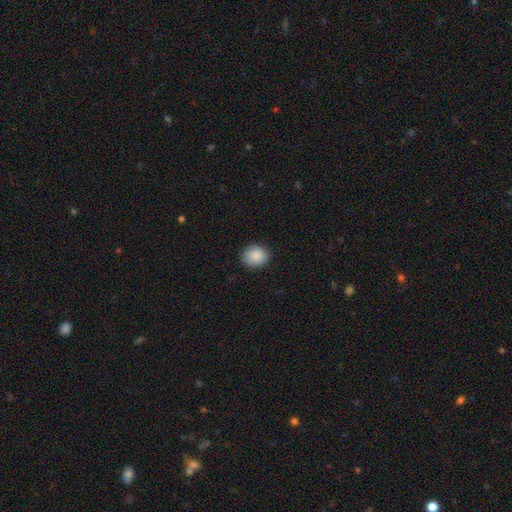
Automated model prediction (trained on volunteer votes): Smooth or featured?
  - smooth: 88% *
  - star or artifact: 7%
  - featured or disk: 5%
How rounded?
  - round: 72% *
  - in between: 27%
  - cigar-shaped: 1%
Merging?
  - none: 88% *
  - minor disturbance: 9%
  - major disturbance: 2%
  - merger: 1%